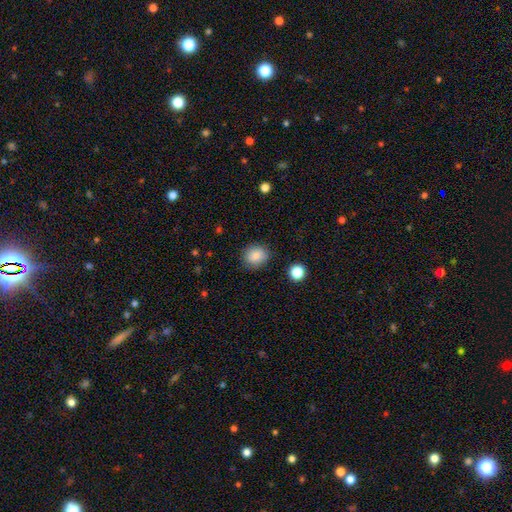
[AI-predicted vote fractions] smooth_or_featured: smooth (p=0.86) [alt: star or artifact p=0.09]
how_rounded: round (p=0.73) [alt: in between p=0.26]
merging: none (p=0.85) [alt: minor disturbance p=0.10]